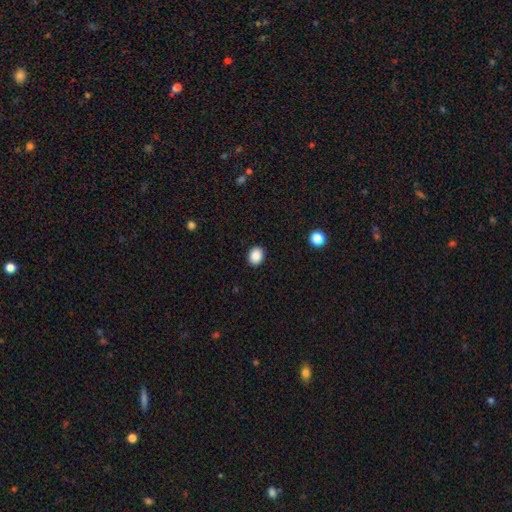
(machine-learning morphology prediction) Overall: smooth (88%). How rounded: round (50%; in between 49%). Merging: none (91%).